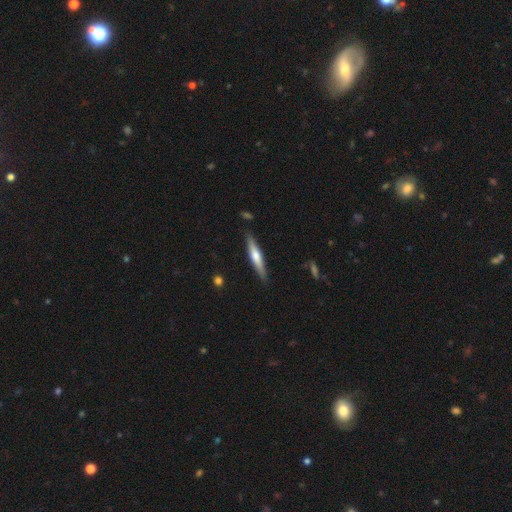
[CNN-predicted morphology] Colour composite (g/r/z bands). It shows a featured or disk galaxy (50%) viewed edge-on (95%). Merging: none (87%).